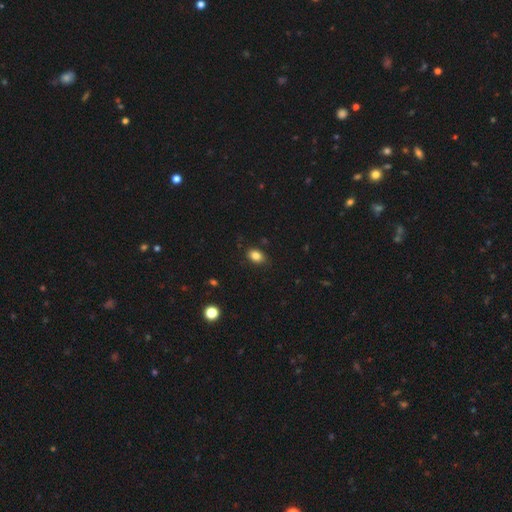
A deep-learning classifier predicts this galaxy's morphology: Smooth or featured?
  - smooth: 84% *
  - star or artifact: 10%
  - featured or disk: 6%
How rounded?
  - in between: 76% *
  - round: 23%
  - cigar-shaped: 1%
Merging?
  - none: 81% *
  - minor disturbance: 15%
  - major disturbance: 3%
  - merger: 1%